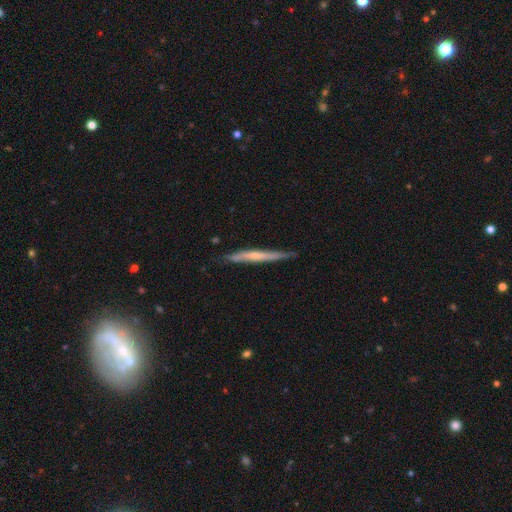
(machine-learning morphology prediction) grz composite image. It shows a featured or disk galaxy (55%) viewed edge-on (94%) with no central bulge (53%). Merging: none (78%).